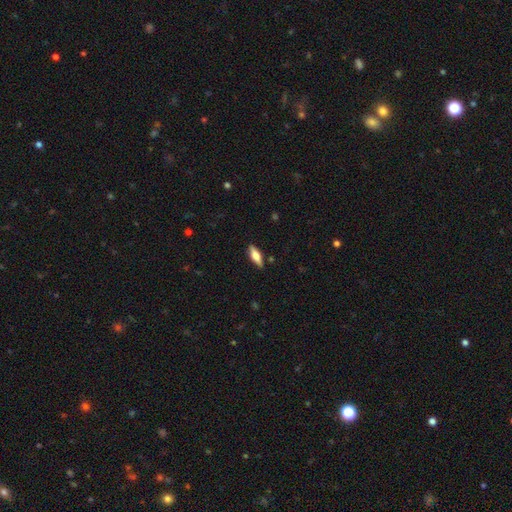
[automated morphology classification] smooth 53%, featured or disk 41%, star or artifact 7%. Down the decision tree: how rounded — in between (56%); merging — none (87%).